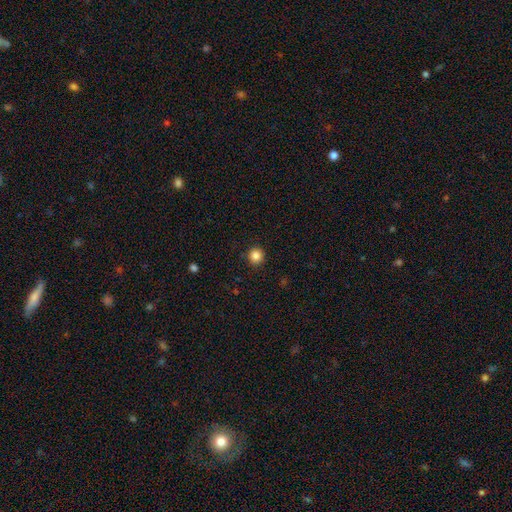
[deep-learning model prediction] Overall: smooth (85%). How rounded: round (93%). Merging: none (92%).